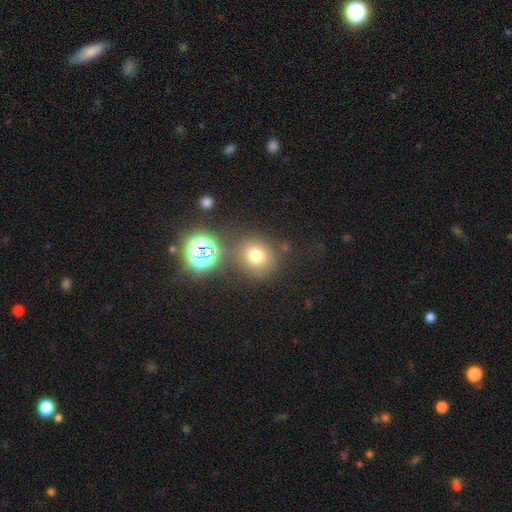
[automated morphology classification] This is likely a smooth galaxy (69%). How rounded: clearly round (86%). Merging: likely none (74%).